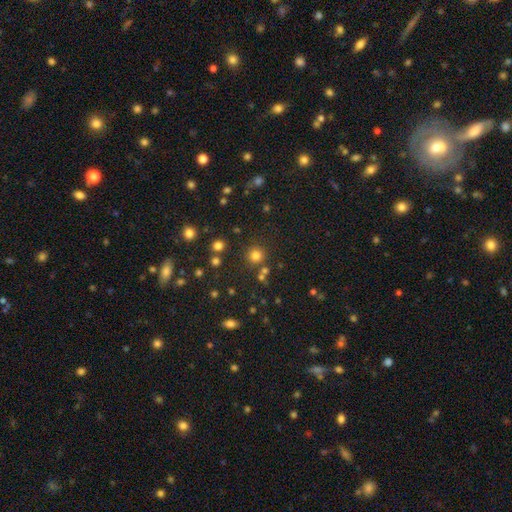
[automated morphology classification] smooth 77%, star or artifact 18%, featured or disk 6%. Down the decision tree: how rounded — round (93%); merging — none (82%).